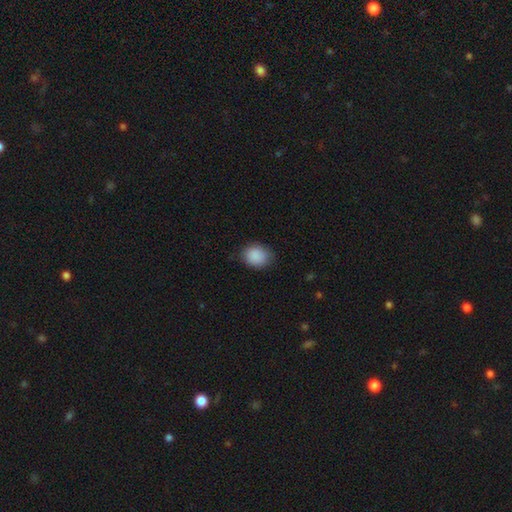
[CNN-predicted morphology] type=smooth (90%); roundness=round (58%); merging=none (82%).